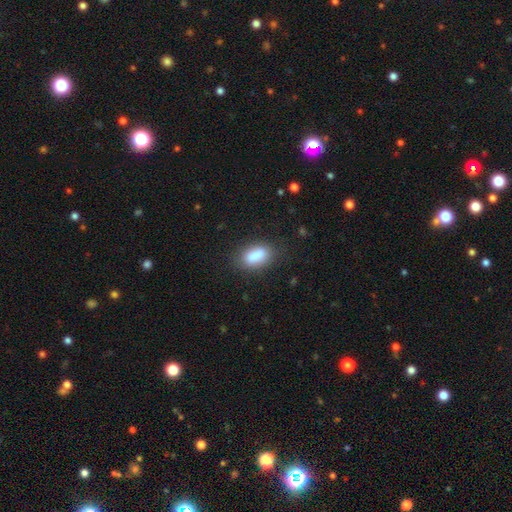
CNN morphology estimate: Q: Smooth or featured?
A: smooth (85%); runner-up: star or artifact (8%)
Q: How rounded?
A: in between (81%); runner-up: cigar-shaped (14%)
Q: Merging?
A: none (80%); runner-up: minor disturbance (14%)